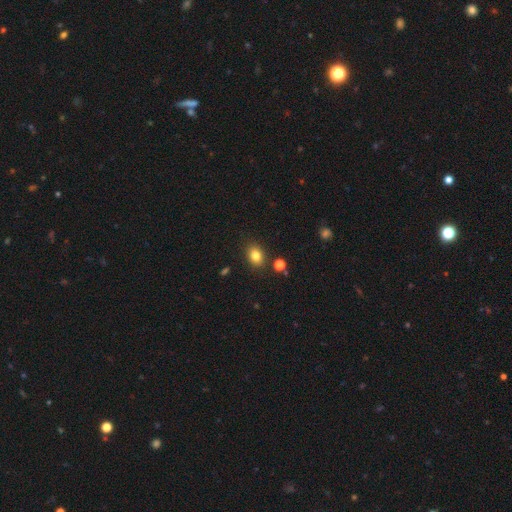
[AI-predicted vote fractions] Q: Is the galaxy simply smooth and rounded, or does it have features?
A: smooth — 81%.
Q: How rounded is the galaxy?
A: in between — 65%.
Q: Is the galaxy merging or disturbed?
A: none — 85%.